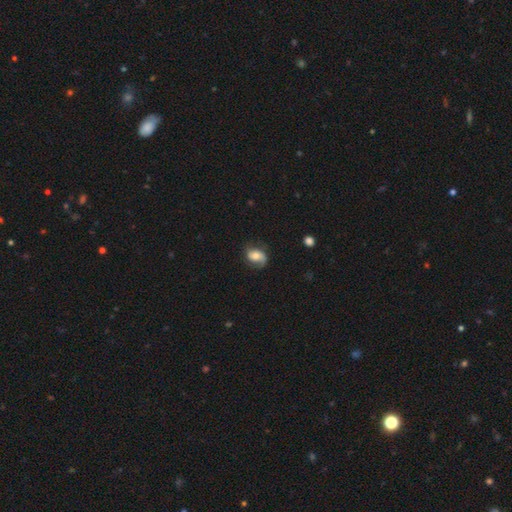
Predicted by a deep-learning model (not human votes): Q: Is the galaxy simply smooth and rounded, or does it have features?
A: featured or disk — 53%.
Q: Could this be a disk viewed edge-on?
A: no — 96%.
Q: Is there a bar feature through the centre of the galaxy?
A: no — 60%.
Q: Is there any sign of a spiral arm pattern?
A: yes — 85%.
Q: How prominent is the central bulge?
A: moderate — 63%.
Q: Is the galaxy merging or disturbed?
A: none — 62%.